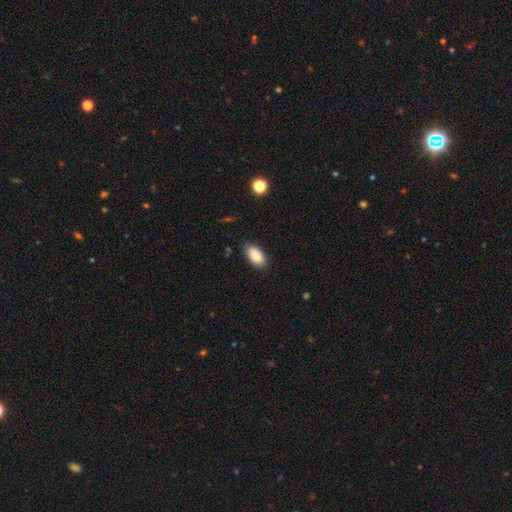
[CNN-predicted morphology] A smooth galaxy with no disk features (88%) that is in between round and cigar-shaped (94%). Merging: none (87%).